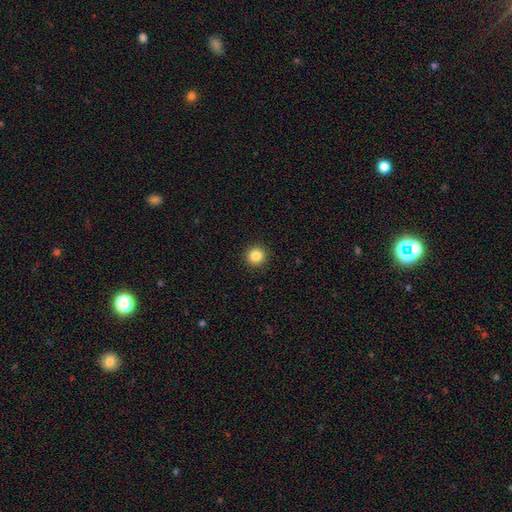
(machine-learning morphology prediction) smooth_or_featured: smooth (p=0.86) [alt: star or artifact p=0.11]
how_rounded: round (p=0.96) [alt: in between p=0.03]
merging: none (p=0.93) [alt: minor disturbance p=0.04]